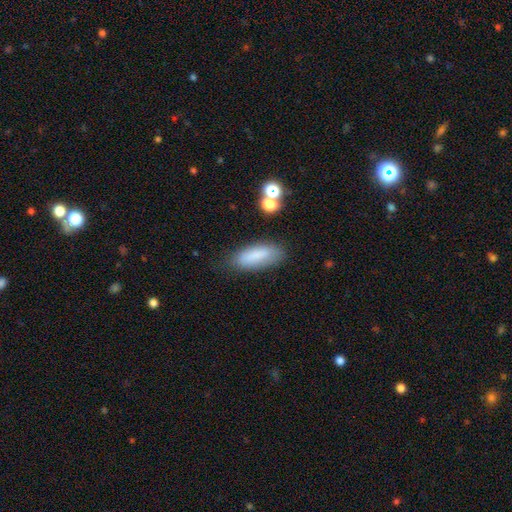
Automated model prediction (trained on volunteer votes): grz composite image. It shows a smooth galaxy with no disk features (80%) that is in between round and cigar-shaped (61%). Merging: none (76%).